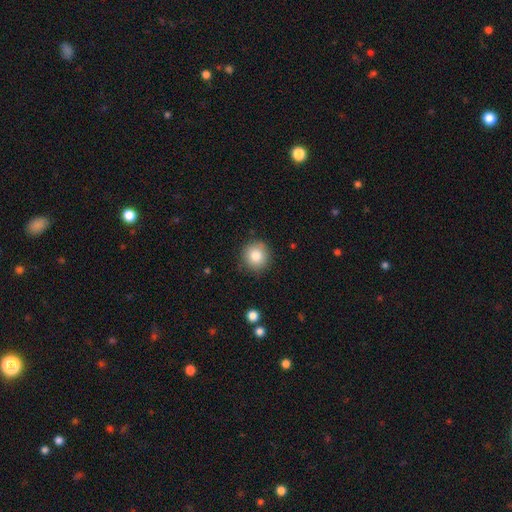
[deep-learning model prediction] Morphology: type=smooth (82%); roundness=round (92%); merging=none (86%).